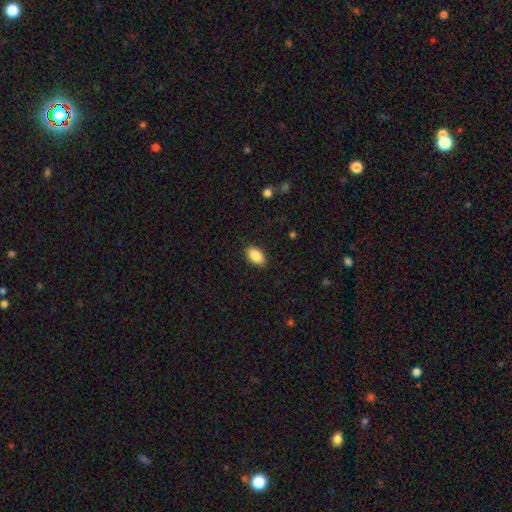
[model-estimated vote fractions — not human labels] Smooth or featured: smooth — 88% (star or artifact — 7%)
How rounded: in between — 93% (round — 5%)
Merging: none — 89% (minor disturbance — 8%)